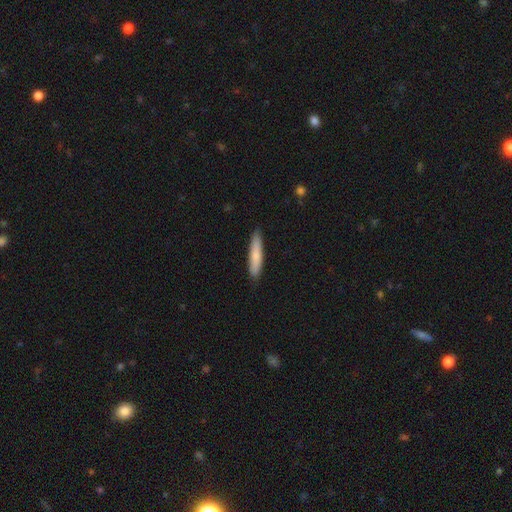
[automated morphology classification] This appears to be a smooth galaxy with no disk features (76%) that is cigar-shaped (87%). Merging: none (87%).